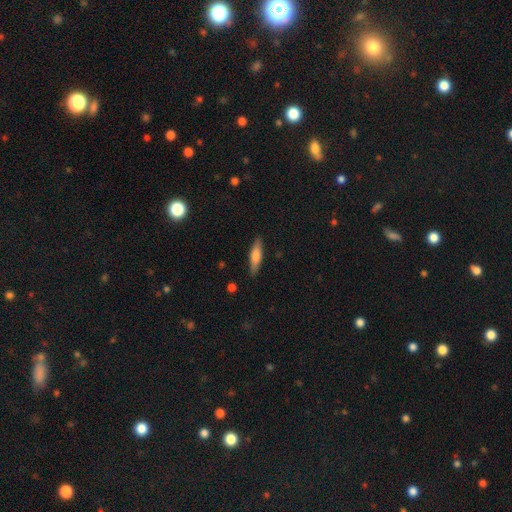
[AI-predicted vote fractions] Overall: smooth (66%; featured or disk 28%). How rounded: cigar-shaped (69%). Merging: none (87%).